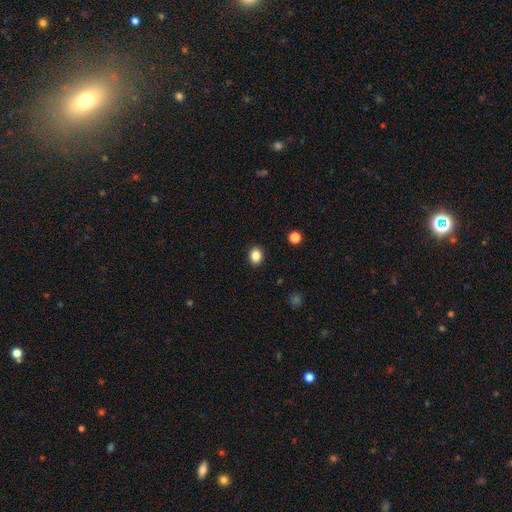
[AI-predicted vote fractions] The model was most divided on "how rounded": in between: 51%, round: 48%, cigar-shaped: 1%. More confident: merging — none (90%); smooth or featured — smooth (86%).